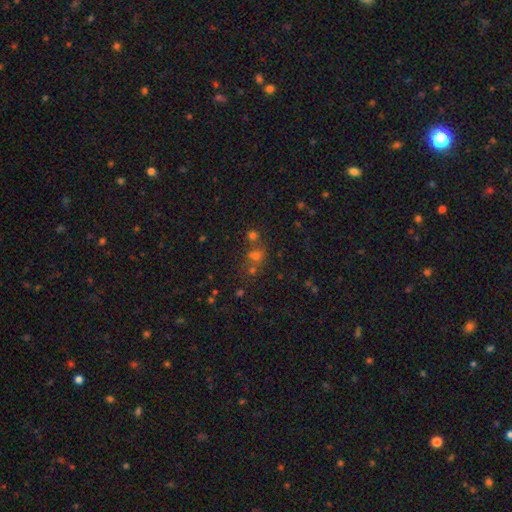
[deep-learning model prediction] smooth_or_featured: smooth (p=0.50) [alt: star or artifact p=0.38]
how_rounded: round (p=0.79) [alt: in between p=0.20]
merging: none (p=0.53) [alt: merger p=0.34]